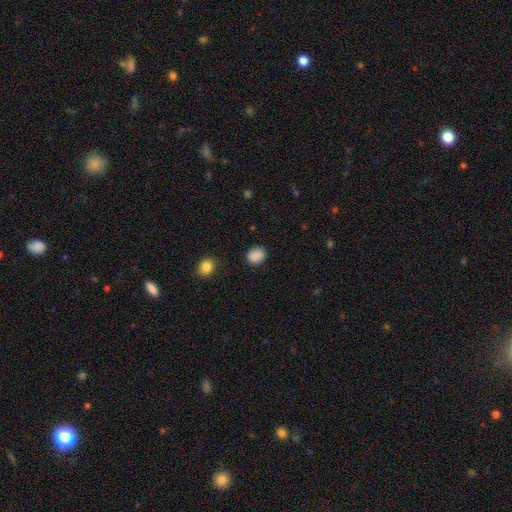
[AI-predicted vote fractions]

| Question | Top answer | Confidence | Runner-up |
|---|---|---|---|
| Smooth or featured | smooth | 88% | star or artifact (9%) |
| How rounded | round | 64% | in between (35%) |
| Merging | none | 86% | minor disturbance (10%) |